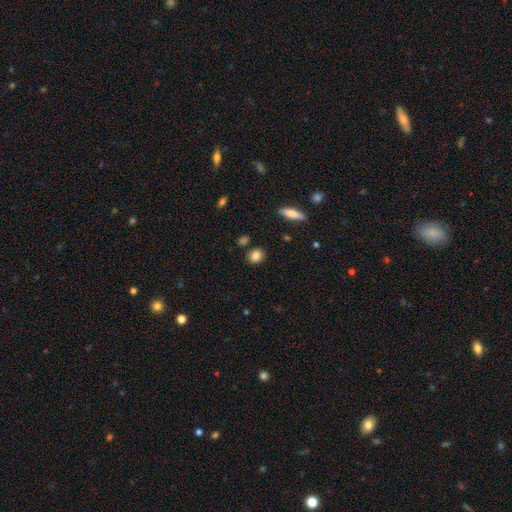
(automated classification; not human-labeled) Morphology: type=smooth (84%); roundness=round (62%); merging=none (83%).